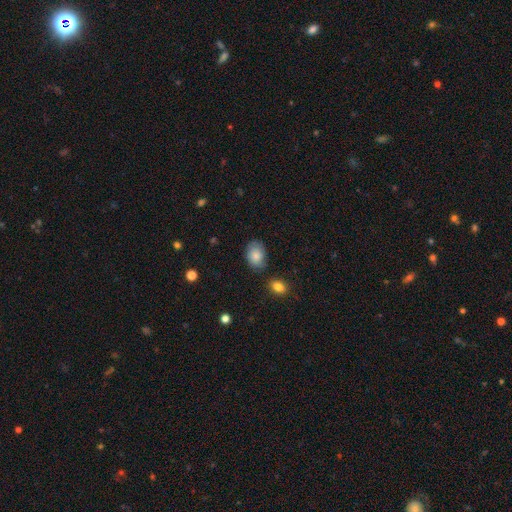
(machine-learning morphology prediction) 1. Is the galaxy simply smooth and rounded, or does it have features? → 82% smooth, 11% featured or disk, 8% star or artifact.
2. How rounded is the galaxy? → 77% in between, 22% round, 1% cigar-shaped.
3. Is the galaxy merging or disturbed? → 72% none, 20% minor disturbance, 4% major disturbance, 4% merger.